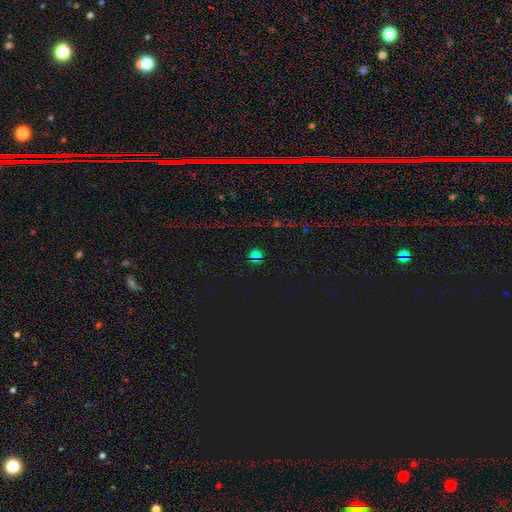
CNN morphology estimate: Smooth or featured? star or artifact (50%)